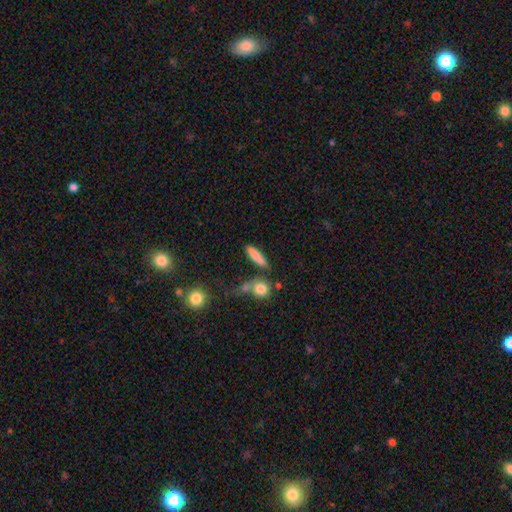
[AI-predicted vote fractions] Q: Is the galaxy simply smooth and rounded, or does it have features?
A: smooth — 80%.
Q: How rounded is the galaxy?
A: cigar-shaped — 74%.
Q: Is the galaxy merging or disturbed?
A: none — 69%.